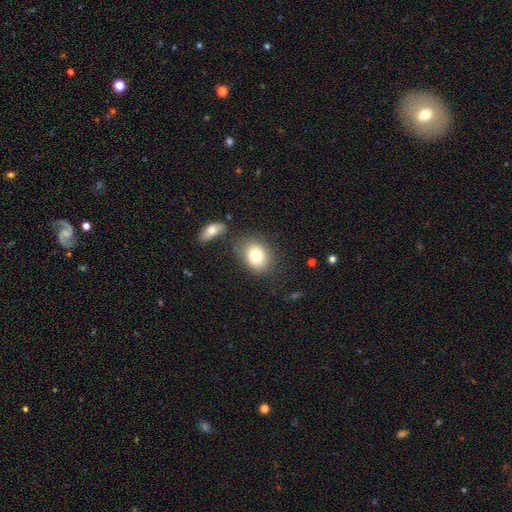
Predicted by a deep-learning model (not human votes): Smooth or featured? Predicted: smooth (p=0.80). How rounded? Predicted: in between (p=0.58). Merging? Predicted: none (p=0.71).